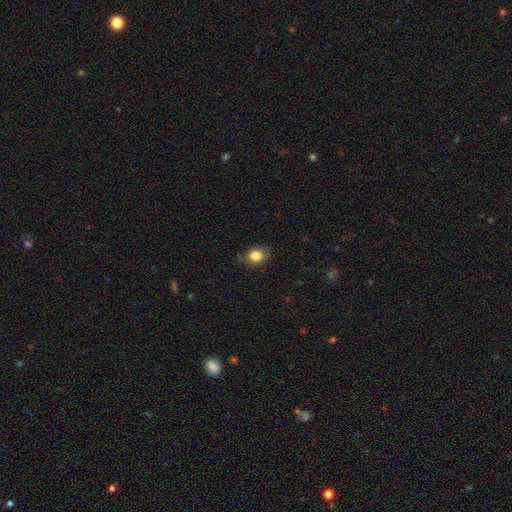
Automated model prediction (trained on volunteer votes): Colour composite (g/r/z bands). It shows a smooth galaxy with no disk features (82%) that is in between round and cigar-shaped (57%). Merging: none (71%).